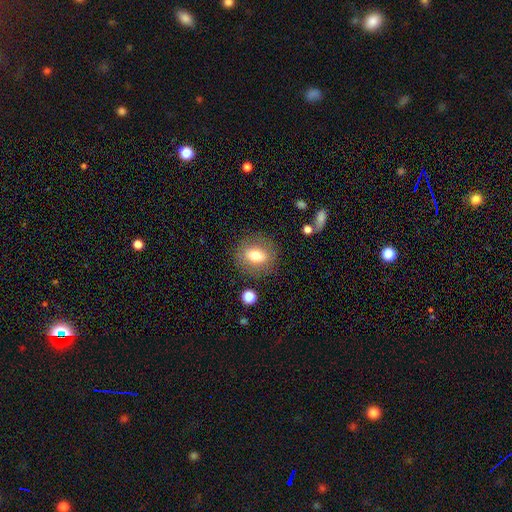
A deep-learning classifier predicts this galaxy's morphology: Smooth or featured: smooth — 71% (featured or disk — 20%)
How rounded: round — 54% (in between — 44%)
Merging: none — 84% (minor disturbance — 10%)